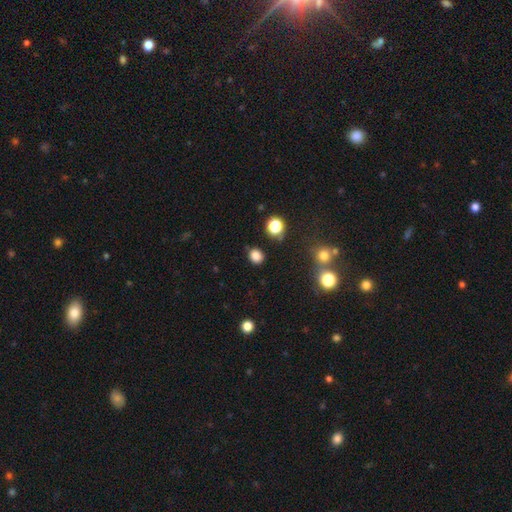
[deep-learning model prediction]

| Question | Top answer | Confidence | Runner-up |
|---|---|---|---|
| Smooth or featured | smooth | 82% | star or artifact (14%) |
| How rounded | round | 71% | in between (28%) |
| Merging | none | 85% | minor disturbance (10%) |